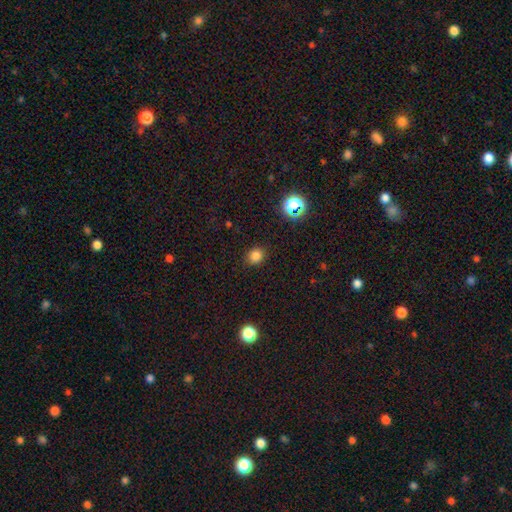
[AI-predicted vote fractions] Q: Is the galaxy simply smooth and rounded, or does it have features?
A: smooth — 80%.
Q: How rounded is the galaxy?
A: round — 66%.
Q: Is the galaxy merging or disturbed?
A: none — 88%.